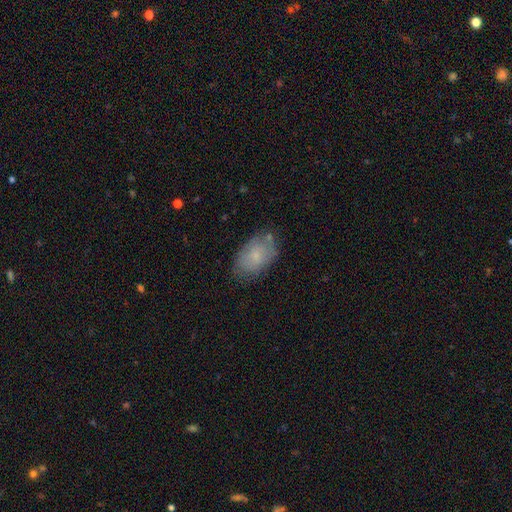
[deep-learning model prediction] A smooth galaxy with no disk features (70%) that is in between round and cigar-shaped (92%). Merging: none (70%).